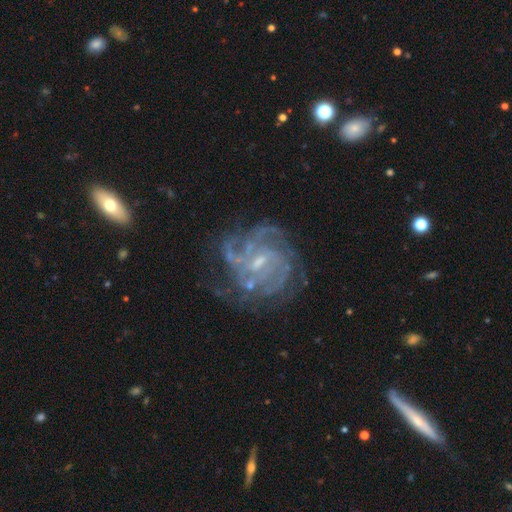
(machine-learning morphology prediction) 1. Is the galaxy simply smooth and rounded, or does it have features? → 88% featured or disk, 8% star or artifact, 5% smooth.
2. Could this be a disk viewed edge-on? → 97% no, 3% yes.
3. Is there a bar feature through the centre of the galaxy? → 47% weak, 34% no, 18% strong.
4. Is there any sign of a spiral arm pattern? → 97% yes, 3% no.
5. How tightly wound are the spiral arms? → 64% tight, 31% medium, 5% loose.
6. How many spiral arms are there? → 28% 4, 21% can't tell, 21% 3, 13% 2, 10% more than 4, 8% 1.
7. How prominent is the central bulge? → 70% small, 22% moderate, 5% none, 1% large, 1% dominant.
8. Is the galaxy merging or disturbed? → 74% none, 15% minor disturbance, 8% major disturbance, 2% merger.